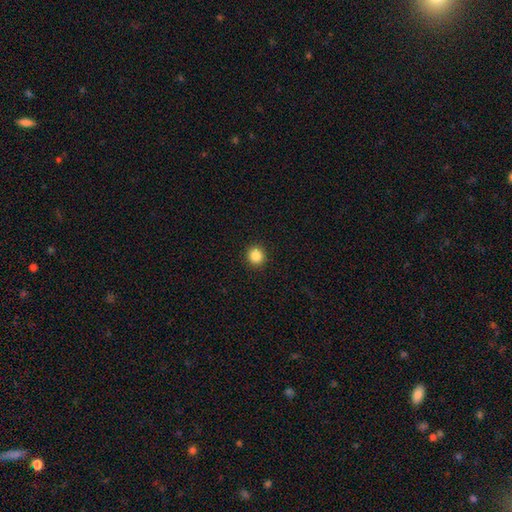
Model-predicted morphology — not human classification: Q: Smooth or featured?
A: smooth (85%); runner-up: star or artifact (11%)
Q: How rounded?
A: round (89%); runner-up: in between (10%)
Q: Merging?
A: none (92%); runner-up: minor disturbance (5%)